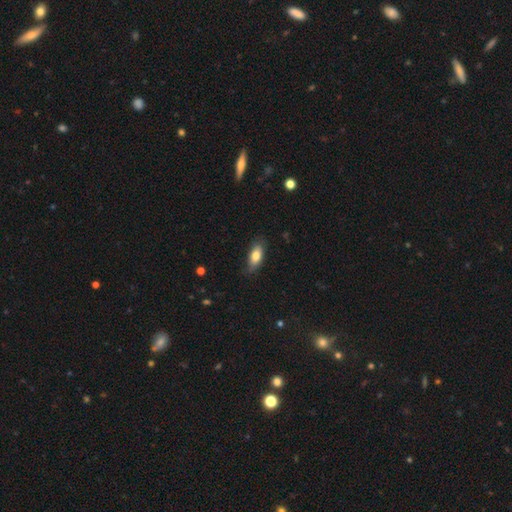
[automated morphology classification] Overall: smooth (76%). How rounded: in between (83%). Merging: none (76%).